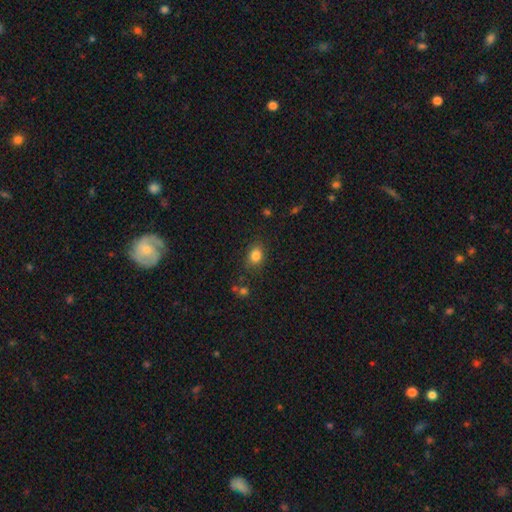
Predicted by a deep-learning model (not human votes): Overall: smooth (83%). How rounded: in between (62%; round 37%). Merging: none (81%).